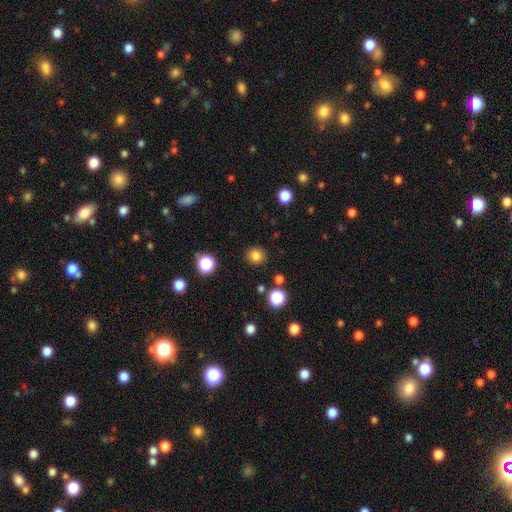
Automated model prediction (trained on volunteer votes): Q: Smooth or featured?
A: smooth (82%); runner-up: star or artifact (14%)
Q: How rounded?
A: round (86%); runner-up: in between (13%)
Q: Merging?
A: none (89%); runner-up: minor disturbance (7%)